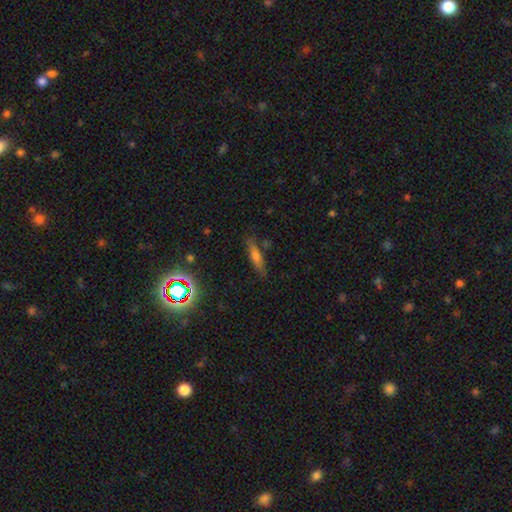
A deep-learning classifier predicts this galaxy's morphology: smooth_or_featured: smooth (p=0.59) [alt: featured or disk p=0.28]
how_rounded: cigar-shaped (p=0.69) [alt: in between p=0.28]
merging: none (p=0.80) [alt: minor disturbance p=0.14]